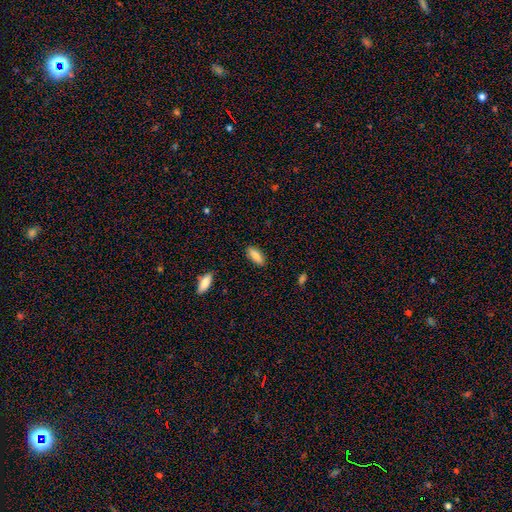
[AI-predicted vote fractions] Overall: smooth (84%). How rounded: in between (77%). Merging: none (87%).